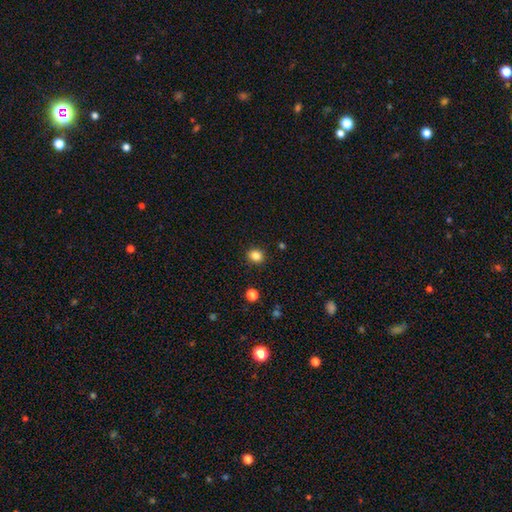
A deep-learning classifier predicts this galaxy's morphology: smooth-or-featured: smooth: 85% | star or artifact: 11% | featured or disk: 4%
  how-rounded: round: 76% | in between: 23% | cigar-shaped: 1%
  merging: none: 91% | minor disturbance: 6% | major disturbance: 2% | merger: 1%